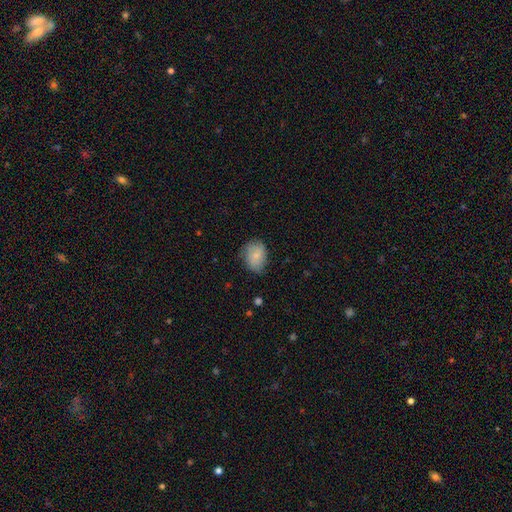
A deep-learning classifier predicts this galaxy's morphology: type=smooth (80%); roundness=in between (67%); merging=none (65%).